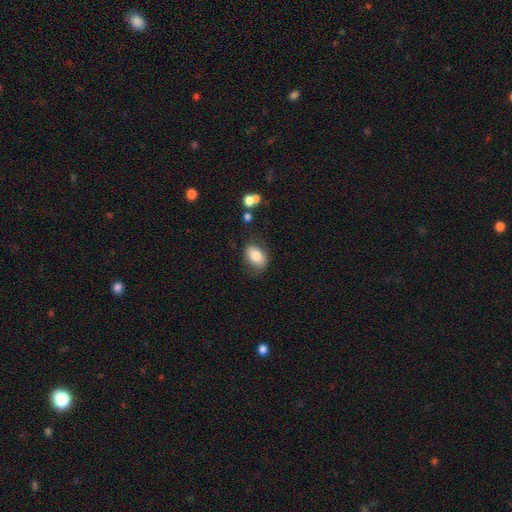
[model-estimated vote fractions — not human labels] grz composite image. It shows a smooth galaxy with no disk features (80%) that is in between round and cigar-shaped (84%). Merging: none (76%).